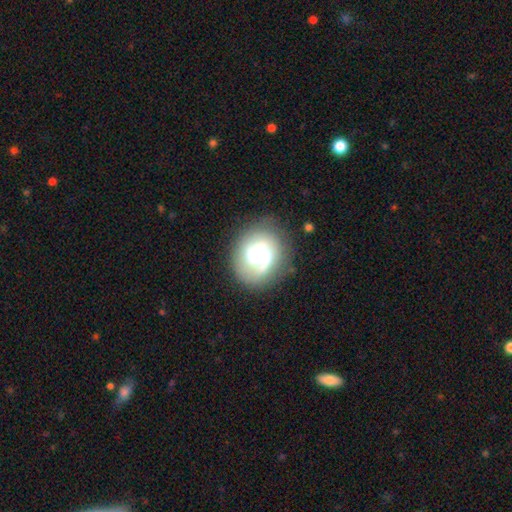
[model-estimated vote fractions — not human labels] Q: Smooth or featured?
A: featured or disk (60%); runner-up: smooth (31%)
Q: Edge-on disk?
A: no (98%); runner-up: yes (2%)
Q: Bar?
A: no (54%); runner-up: weak (36%)
Q: Spiral arms?
A: yes (85%); runner-up: no (15%)
Q: Spiral winding?
A: medium (37%); runner-up: tight (35%)
Q: Spiral arm count?
A: 1 (56%); runner-up: 2 (28%)
Q: Bulge size?
A: large (46%); runner-up: moderate (29%)
Q: Merging?
A: none (71%); runner-up: minor disturbance (17%)